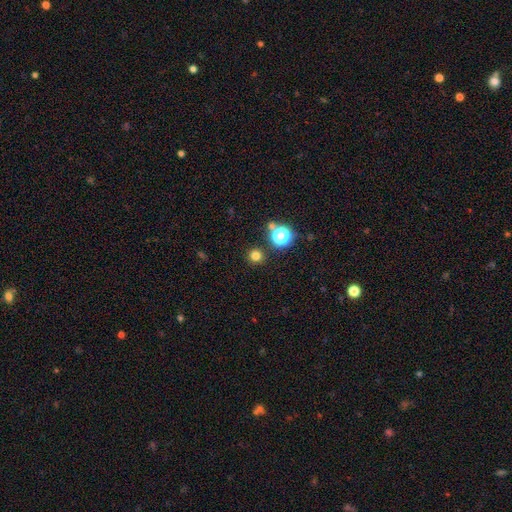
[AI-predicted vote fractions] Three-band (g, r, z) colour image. It shows a smooth galaxy with no disk features (76%) that is round (93%). Merging: none (89%).